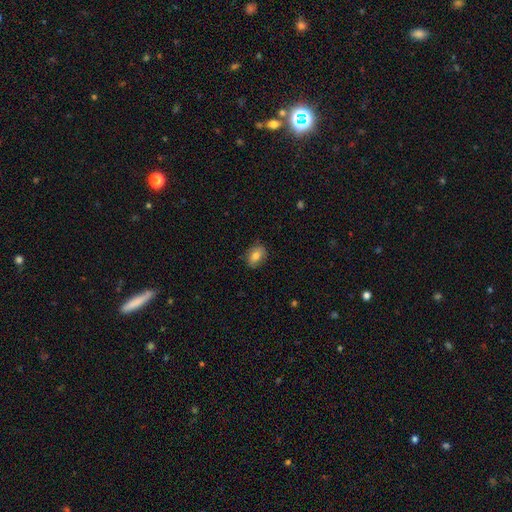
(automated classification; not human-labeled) smooth-or-featured: smooth: 78% | featured or disk: 14% | star or artifact: 8%
  how-rounded: in between: 75% | round: 24% | cigar-shaped: 2%
  merging: none: 82% | minor disturbance: 15% | major disturbance: 3% | merger: 1%